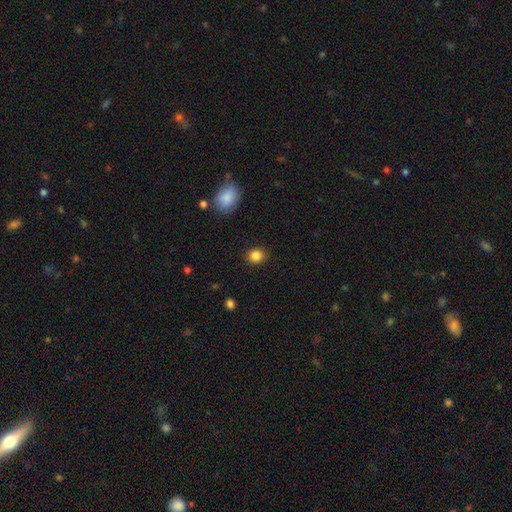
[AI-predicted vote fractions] smooth 85%, star or artifact 10%, featured or disk 4%. Down the decision tree: how rounded — round (74%); merging — none (90%).